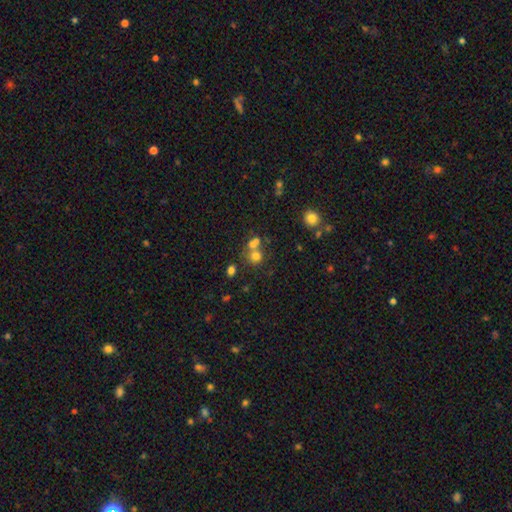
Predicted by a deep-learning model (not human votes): Smooth or featured?
  - smooth: 67% *
  - star or artifact: 18%
  - featured or disk: 15%
How rounded?
  - round: 79% *
  - in between: 20%
  - cigar-shaped: 1%
Merging?
  - merger: 45% *
  - none: 42%
  - minor disturbance: 8%
  - major disturbance: 5%